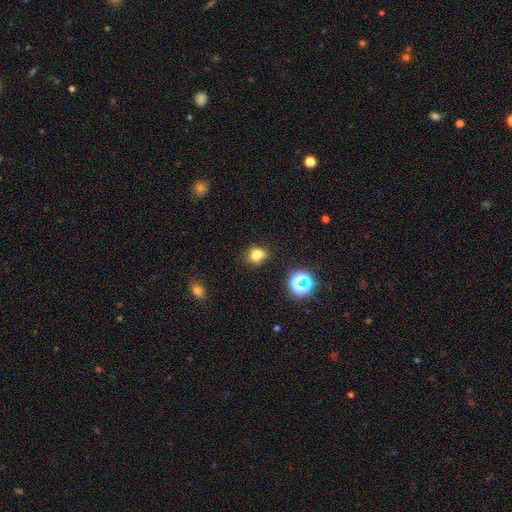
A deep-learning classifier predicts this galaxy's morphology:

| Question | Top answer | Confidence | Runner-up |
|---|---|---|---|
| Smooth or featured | smooth | 73% | star or artifact (17%) |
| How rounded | round | 53% | in between (46%) |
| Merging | none | 56% | minor disturbance (25%) |